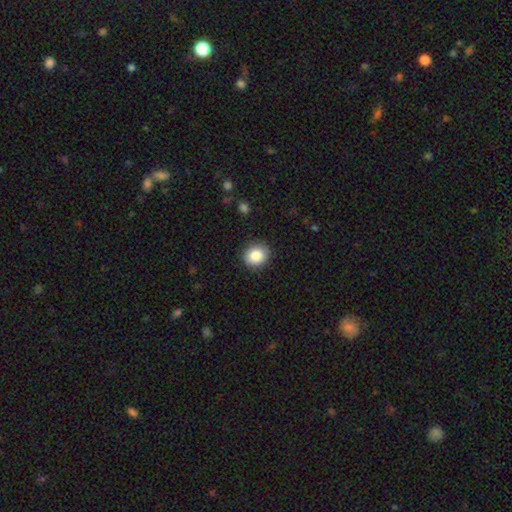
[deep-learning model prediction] Smooth or featured? smooth (86%)
How rounded? round (75%)
Merging? none (86%)